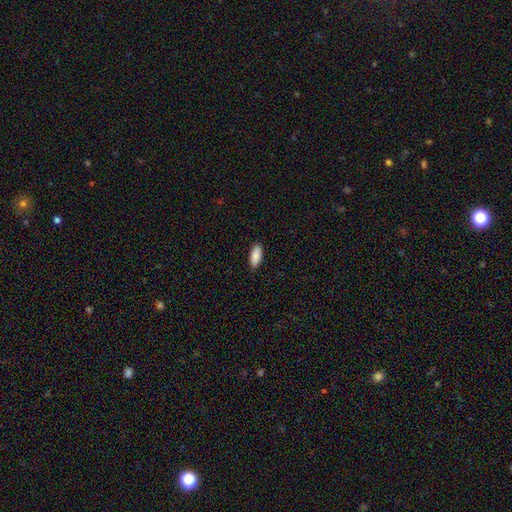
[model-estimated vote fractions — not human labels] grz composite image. It shows a smooth galaxy with no disk features (88%) that is in between round and cigar-shaped (80%). Merging: none (88%).